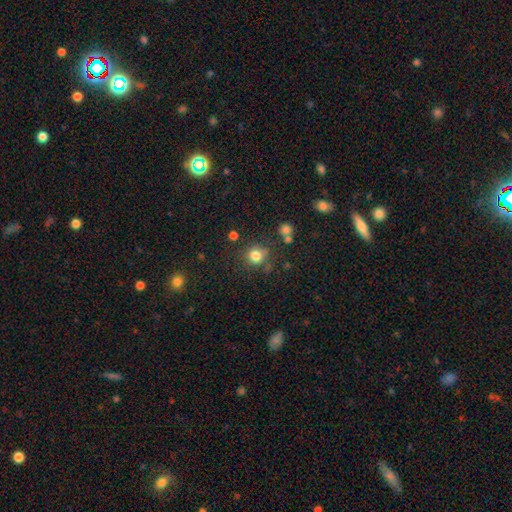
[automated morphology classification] smooth 80%, star or artifact 14%, featured or disk 6%. Down the decision tree: how rounded — round (88%); merging — none (75%).